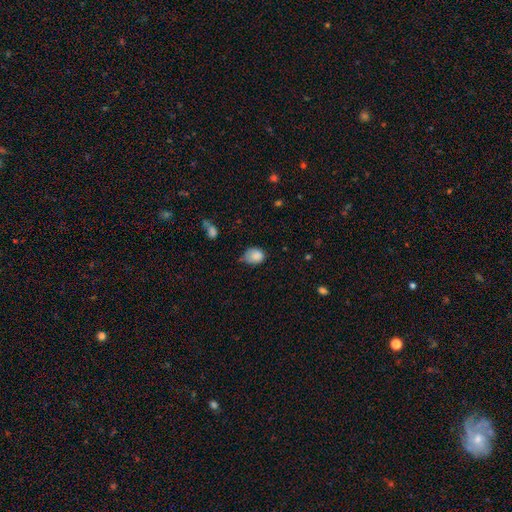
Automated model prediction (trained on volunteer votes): This appears to be a smooth galaxy with no disk features (84%) that is in between round and cigar-shaped (59%). Merging: minor disturbance (43%).